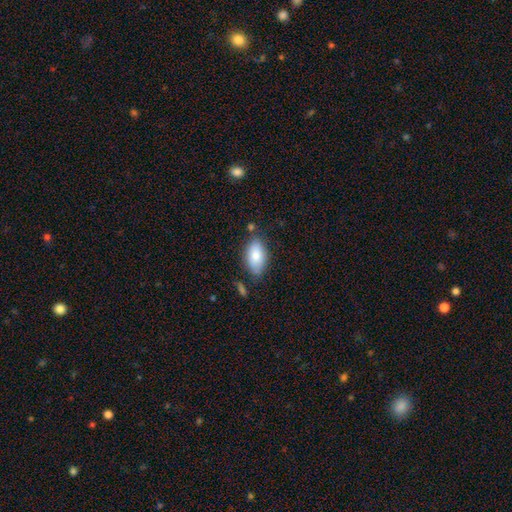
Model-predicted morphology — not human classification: Smooth or featured? smooth (82%)
How rounded? in between (93%)
Merging? none (74%)